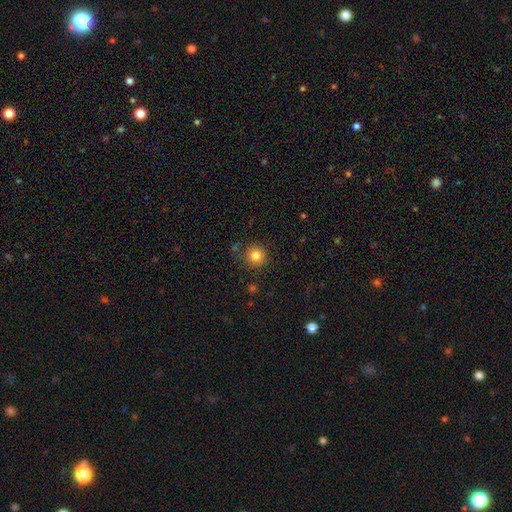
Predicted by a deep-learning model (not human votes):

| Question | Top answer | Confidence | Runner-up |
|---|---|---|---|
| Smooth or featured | smooth | 82% | star or artifact (12%) |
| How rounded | round | 94% | in between (5%) |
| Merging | none | 85% | minor disturbance (9%) |